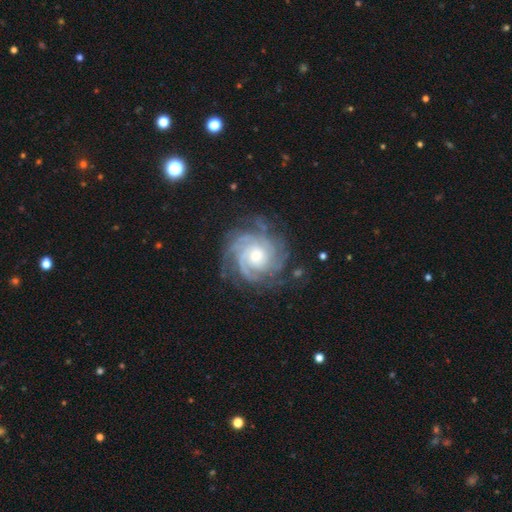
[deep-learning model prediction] smooth_or_featured: featured or disk (p=0.89) [alt: star or artifact p=0.06]
disk_edge_on: no (p=0.98) [alt: yes p=0.02]
bar: no (p=0.76) [alt: weak p=0.19]
has_spiral_arms: yes (p=0.98) [alt: no p=0.02]
spiral_winding: tight (p=0.74) [alt: medium p=0.22]
spiral_arm_count: 4 (p=0.29) [alt: 3 p=0.22]
bulge_size: moderate (p=0.49) [alt: small p=0.45]
merging: none (p=0.76) [alt: minor disturbance p=0.16]